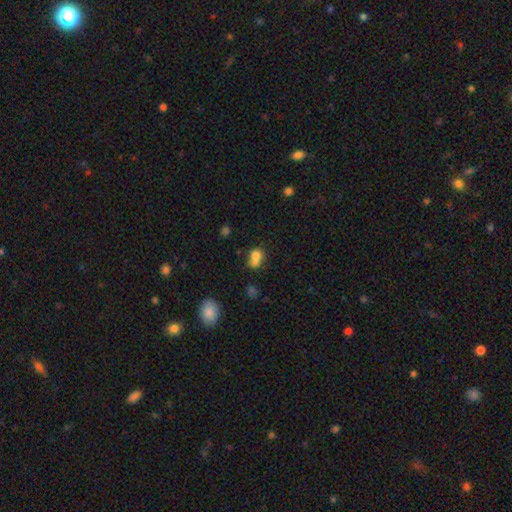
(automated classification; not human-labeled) The model was most divided on "how rounded": round: 60%, in between: 39%, cigar-shaped: 1%. More confident: smooth or featured — smooth (74%); merging — merger (51%).